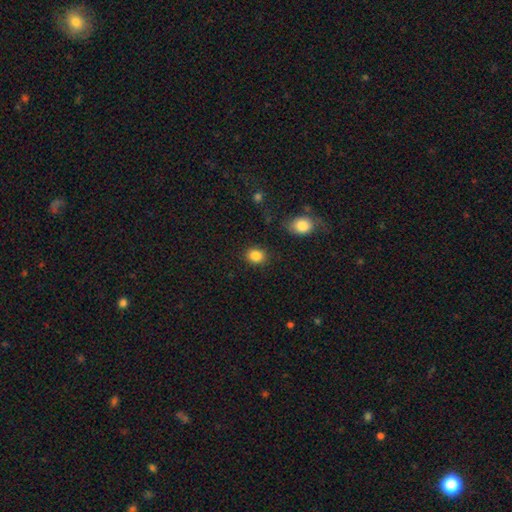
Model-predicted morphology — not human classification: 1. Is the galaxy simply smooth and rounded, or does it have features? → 86% smooth, 10% star or artifact, 4% featured or disk.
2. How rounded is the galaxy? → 61% round, 38% in between, 1% cigar-shaped.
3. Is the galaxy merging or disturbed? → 87% none, 8% minor disturbance, 3% major disturbance, 2% merger.